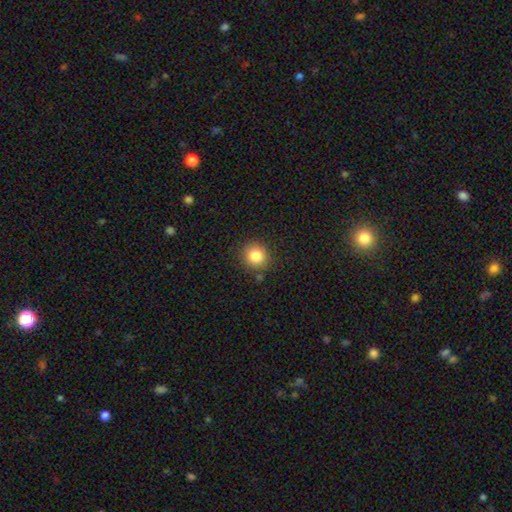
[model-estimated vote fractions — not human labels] Smooth or featured?
  - smooth: 83% *
  - star or artifact: 11%
  - featured or disk: 6%
How rounded?
  - round: 86% *
  - in between: 13%
  - cigar-shaped: 1%
Merging?
  - none: 86% *
  - minor disturbance: 9%
  - major disturbance: 3%
  - merger: 2%